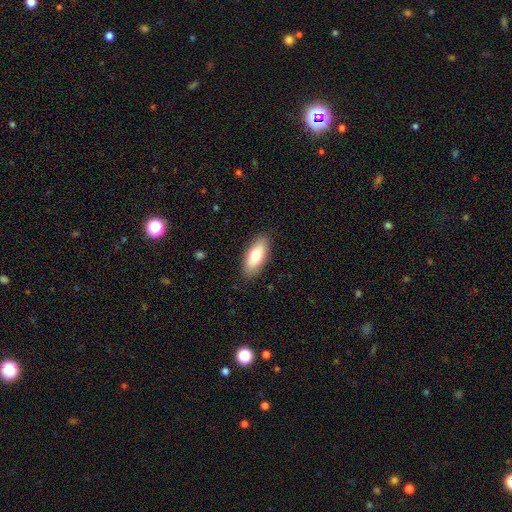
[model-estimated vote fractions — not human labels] Overall: smooth (76%). How rounded: in between (82%). Merging: none (88%).